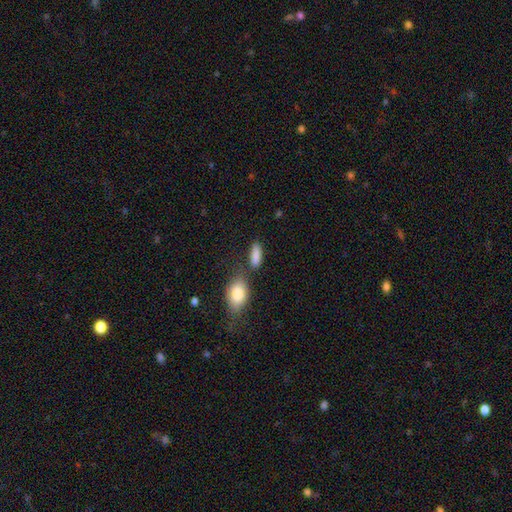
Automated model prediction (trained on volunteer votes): This is clearly a smooth galaxy (86%). How rounded: likely in between (68%). Merging: likely none (63%).